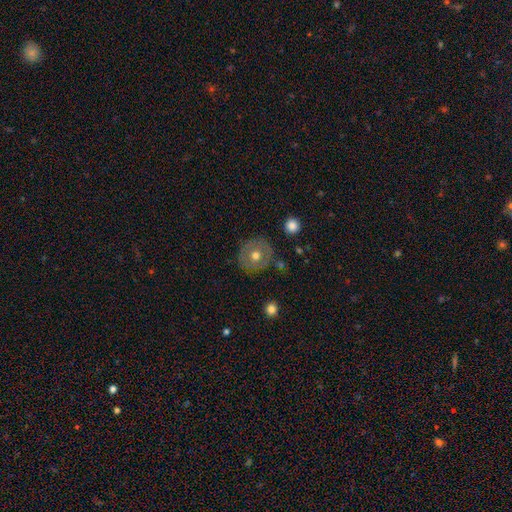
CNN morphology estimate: Smooth or featured? Predicted: smooth (p=0.53). How rounded? Predicted: round (p=0.90). Merging? Predicted: none (p=0.83).